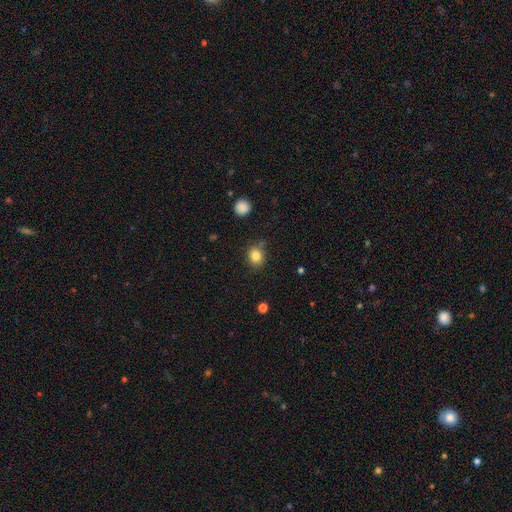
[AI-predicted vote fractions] smooth-or-featured: smooth: 83% | star or artifact: 11% | featured or disk: 6%
  how-rounded: round: 68% | in between: 31% | cigar-shaped: 1%
  merging: none: 79% | minor disturbance: 14% | major disturbance: 4% | merger: 3%